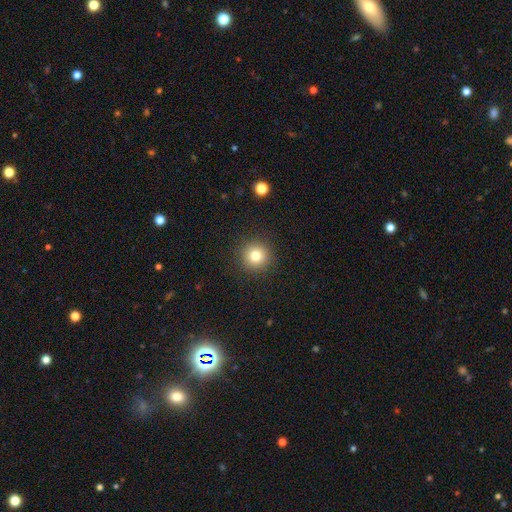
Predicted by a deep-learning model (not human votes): Smooth or featured? Predicted: smooth (p=0.79). How rounded? Predicted: round (p=0.95). Merging? Predicted: none (p=0.91).